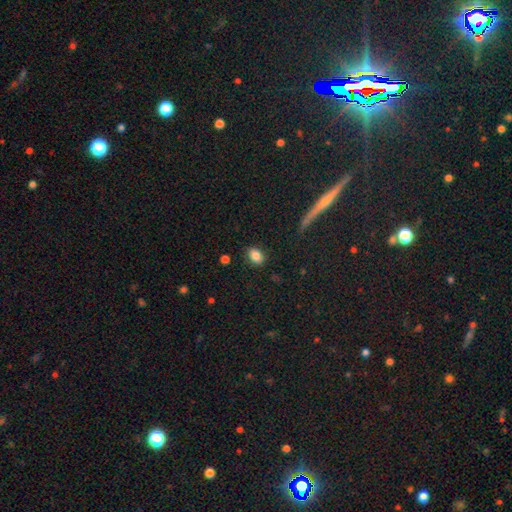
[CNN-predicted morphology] This appears to be a smooth galaxy with no disk features (85%) that is in between round and cigar-shaped (77%). Merging: none (84%).